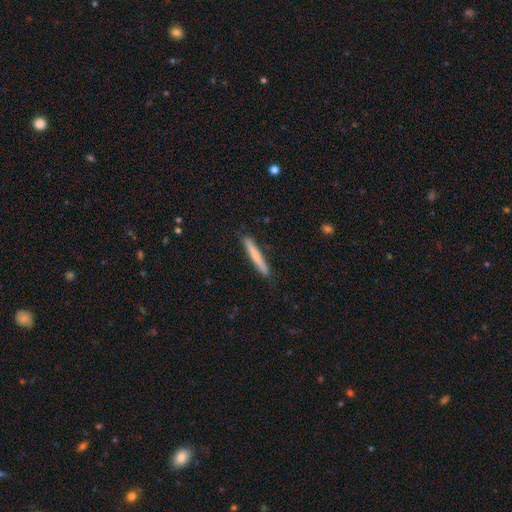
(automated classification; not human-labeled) A smooth galaxy with no disk features (62%) that is cigar-shaped (96%).

Vote fractions:
- Smooth or featured? smooth: 62% / featured or disk: 33% / star or artifact: 5%
- How rounded? cigar-shaped: 96% / in between: 3% / round: 1%
- Merging? none: 90% / minor disturbance: 8% / major disturbance: 1% / merger: 1%